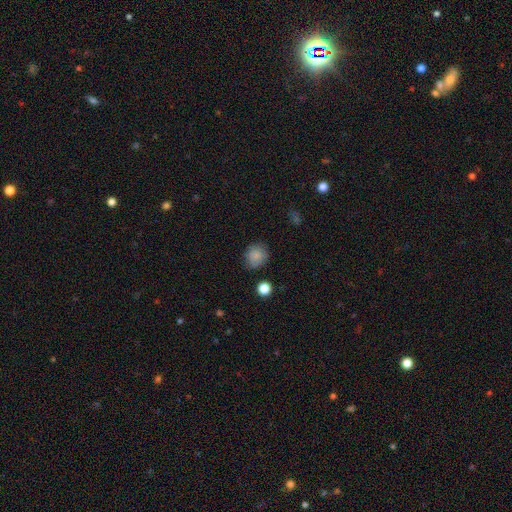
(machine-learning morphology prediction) A smooth galaxy with no disk features (84%) that is round (81%). Merging: none (75%).